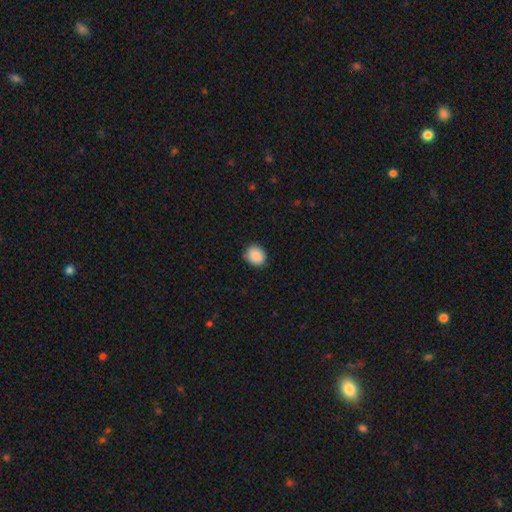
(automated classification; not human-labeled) Smooth or featured?
  - smooth: 89% *
  - star or artifact: 7%
  - featured or disk: 3%
How rounded?
  - round: 62% *
  - in between: 37%
  - cigar-shaped: 1%
Merging?
  - none: 85% *
  - minor disturbance: 12%
  - major disturbance: 2%
  - merger: 1%